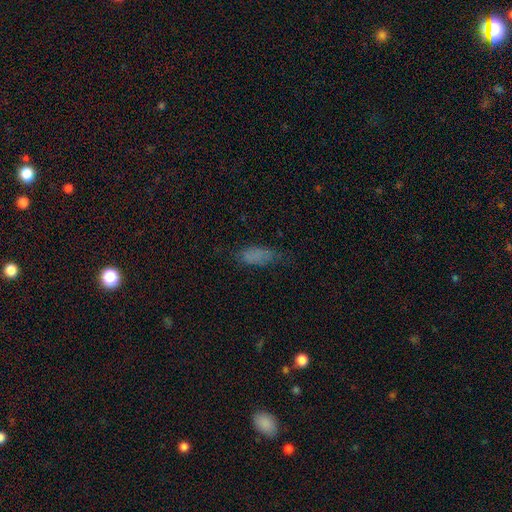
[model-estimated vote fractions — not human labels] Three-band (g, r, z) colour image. It shows a smooth galaxy with no disk features (74%) that is in between round and cigar-shaped (78%). Merging: none (56%).